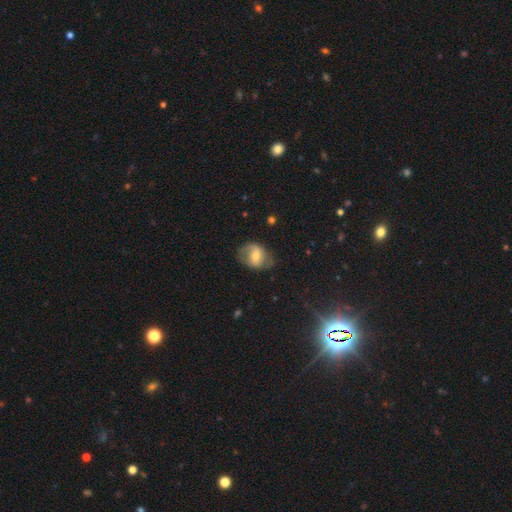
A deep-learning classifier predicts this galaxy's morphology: Smooth or featured? smooth (47%)
Merging? none (64%)